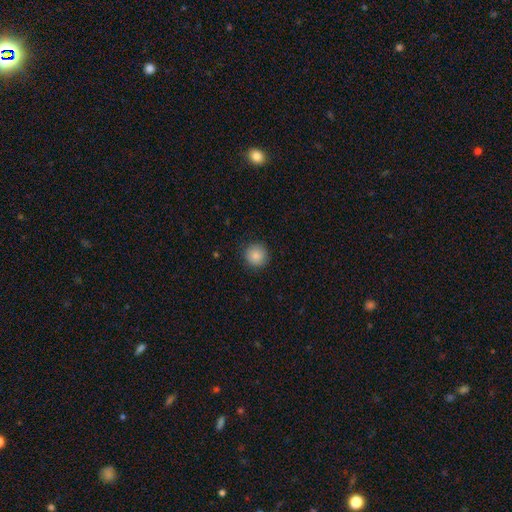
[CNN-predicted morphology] This is clearly a smooth galaxy (86%). How rounded: clearly round (94%). Merging: clearly none (90%).